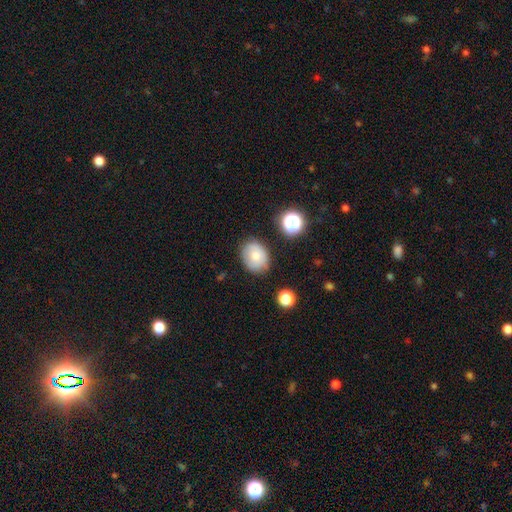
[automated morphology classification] smooth_or_featured: smooth (p=0.72) [alt: featured or disk p=0.18]
how_rounded: round (p=0.51) [alt: in between p=0.48]
merging: none (p=0.77) [alt: minor disturbance p=0.17]